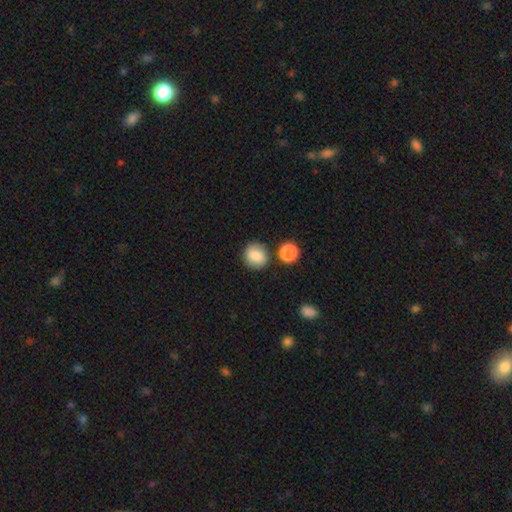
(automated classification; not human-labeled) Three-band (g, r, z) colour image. It shows a smooth galaxy with no disk features (83%) that is round (79%). Merging: none (74%).